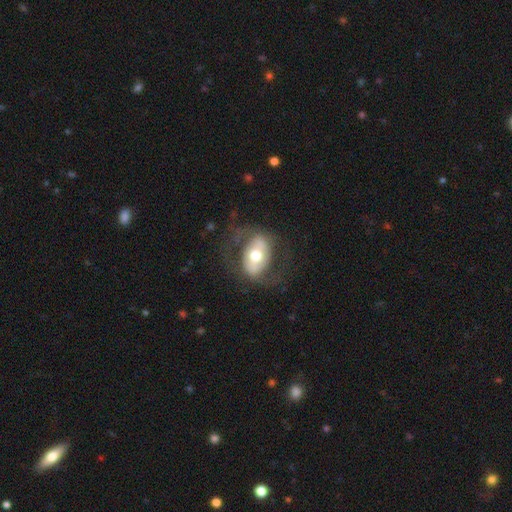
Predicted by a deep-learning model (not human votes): A featured or disk galaxy (59%) with no bar (46%), spiral arms (54%) and a moderate central bulge (69%).

Vote fractions:
- Smooth or featured? featured or disk: 59% / smooth: 35% / star or artifact: 6%
- Edge-on disk? no: 93% / yes: 7%
- Bar? no: 46% / strong: 27% / weak: 27%
- Spiral arms? yes: 54% / no: 46%
- Bulge size? moderate: 69% / large: 17% / small: 10% / dominant: 2% / none: 1%
- Merging? none: 65% / major disturbance: 17% / minor disturbance: 16% / merger: 1%